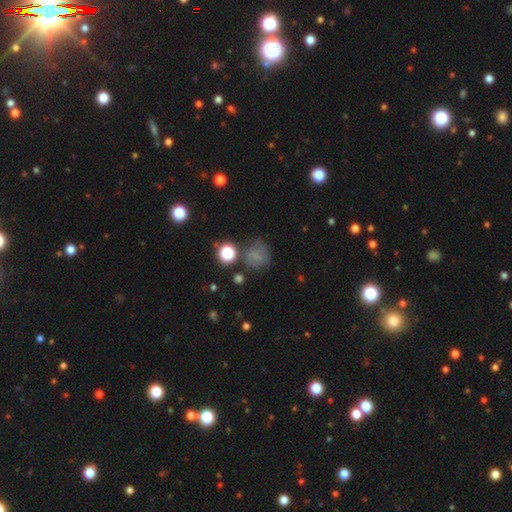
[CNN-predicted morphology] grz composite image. It shows a smooth galaxy with no disk features (65%) that is round (80%). Merging: none (59%).